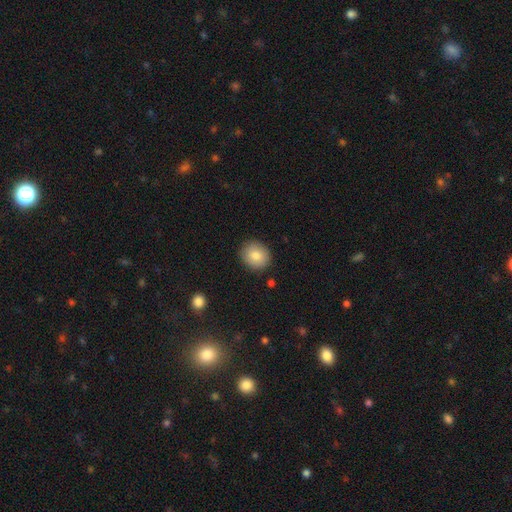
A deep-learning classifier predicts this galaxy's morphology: smooth-or-featured: smooth: 83% | featured or disk: 9% | star or artifact: 8%
  how-rounded: round: 77% | in between: 22% | cigar-shaped: 1%
  merging: none: 89% | minor disturbance: 8% | major disturbance: 2% | merger: 1%